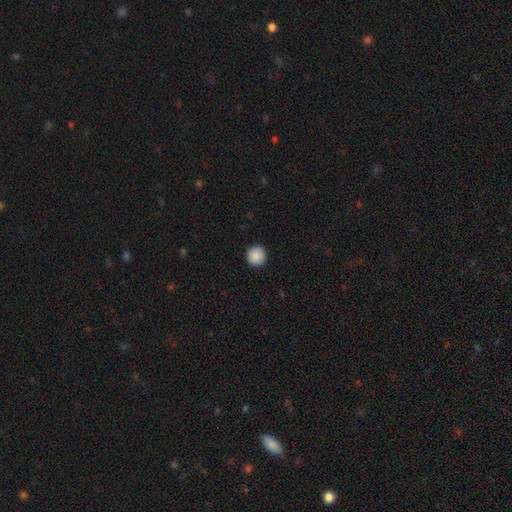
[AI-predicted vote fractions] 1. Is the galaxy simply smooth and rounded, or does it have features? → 89% smooth, 8% star or artifact, 3% featured or disk.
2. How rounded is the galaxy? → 95% round, 4% in between, 1% cigar-shaped.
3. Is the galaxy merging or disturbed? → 93% none, 5% minor disturbance, 2% major disturbance, 1% merger.